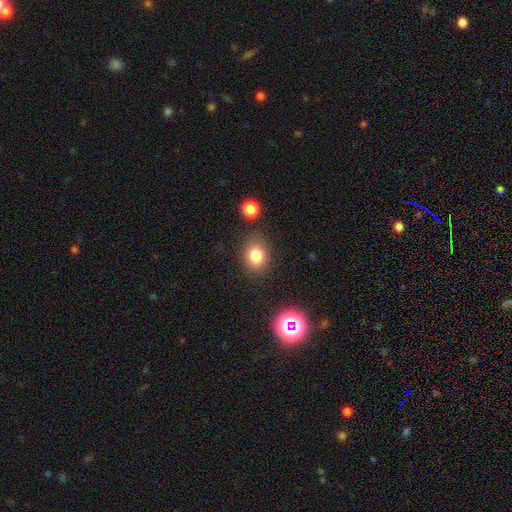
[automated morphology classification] smooth 82%, star or artifact 12%, featured or disk 7%. Down the decision tree: how rounded — round (50%); merging — none (79%).